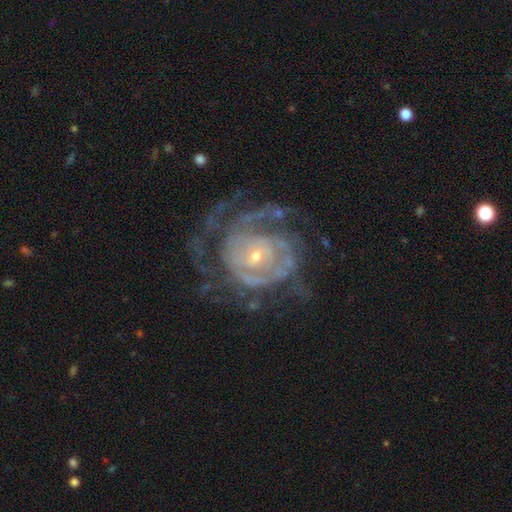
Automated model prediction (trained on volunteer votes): Morphology: type=featured or disk (85%); edge-on=no (97%); bar=no (70%); spiral arms=yes (90%); winding=tight (60%); arm count=can't tell (37%); bulge=small (75%); merging=none (51%).